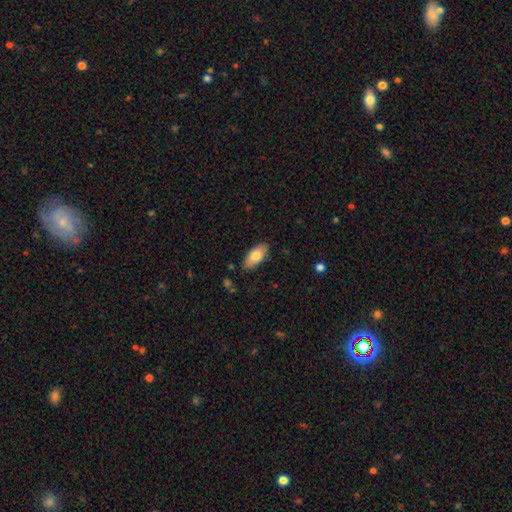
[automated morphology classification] A smooth galaxy with no disk features (79%) that is in between round and cigar-shaped (89%).

Vote fractions:
- Smooth or featured? smooth: 79% / featured or disk: 14% / star or artifact: 6%
- How rounded? in between: 89% / cigar-shaped: 9% / round: 2%
- Merging? none: 85% / minor disturbance: 11% / major disturbance: 2% / merger: 1%